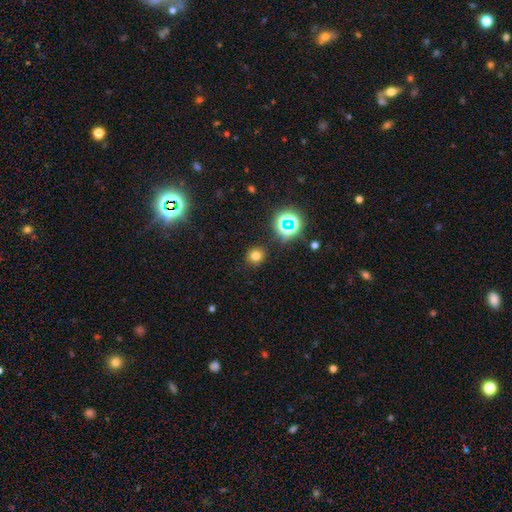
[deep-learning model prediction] This is likely a smooth galaxy (72%). How rounded: clearly round (88%). Merging: clearly none (89%).